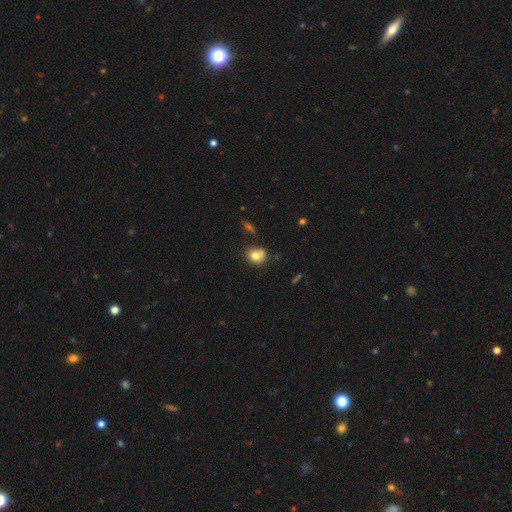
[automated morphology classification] smooth-or-featured: smooth: 76% | featured or disk: 13% | star or artifact: 10%
  how-rounded: round: 65% | in between: 33% | cigar-shaped: 1%
  merging: none: 56% | minor disturbance: 24% | merger: 13% | major disturbance: 7%